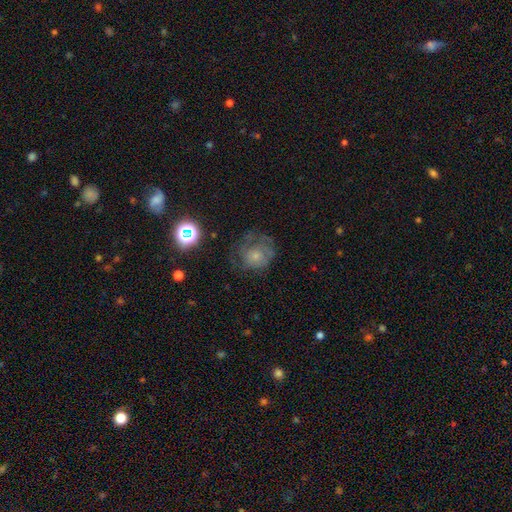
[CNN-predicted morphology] This appears to be a smooth galaxy with no disk features (51%) that is round (79%). Merging: none (51%).